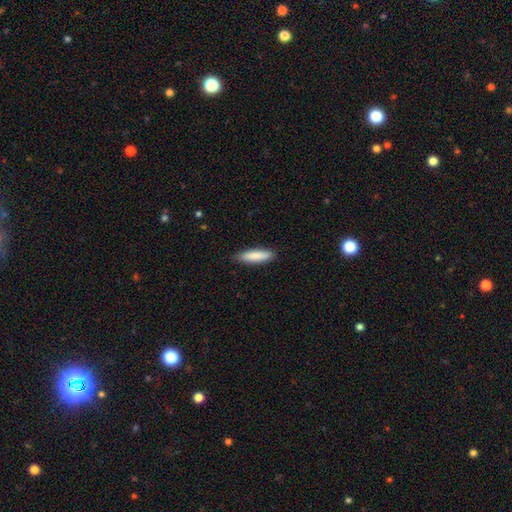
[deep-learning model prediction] smooth 86%, featured or disk 8%, star or artifact 6%. Down the decision tree: how rounded — cigar-shaped (69%); merging — none (87%).